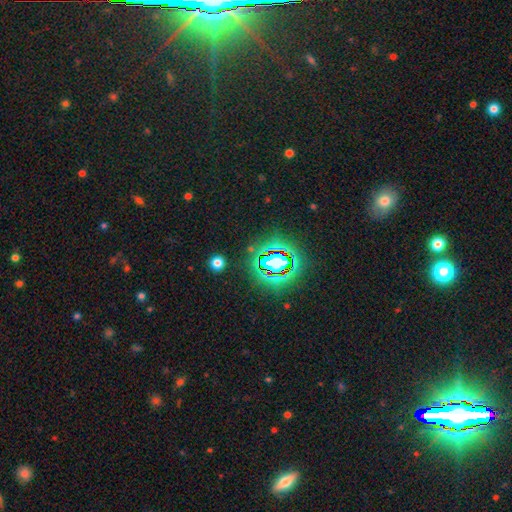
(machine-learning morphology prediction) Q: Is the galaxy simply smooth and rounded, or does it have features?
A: star or artifact — 81%.